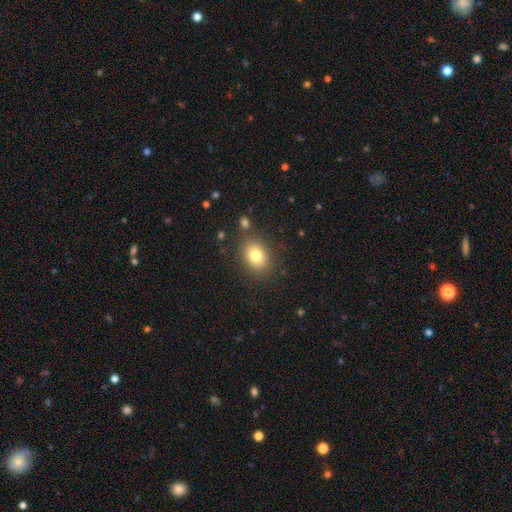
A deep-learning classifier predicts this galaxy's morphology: Smooth or featured: smooth — 80% (star or artifact — 10%)
How rounded: in between — 63% (round — 36%)
Merging: none — 83% (minor disturbance — 10%)